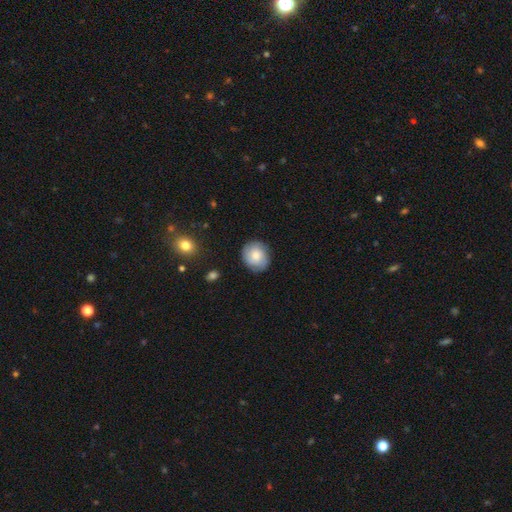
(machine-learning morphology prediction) This appears to be a smooth galaxy with no disk features (67%) that is round (79%). Merging: none (82%).